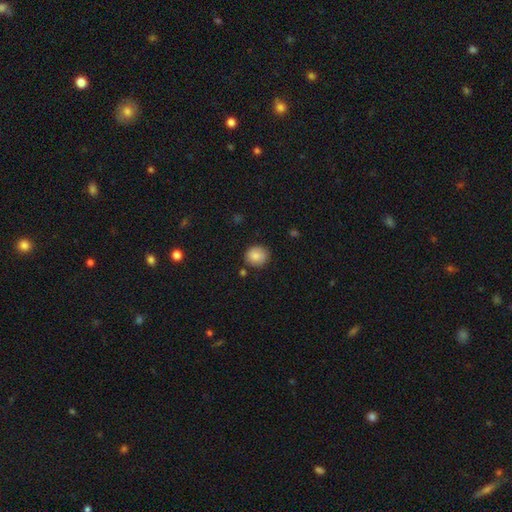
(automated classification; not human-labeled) smooth 85%, star or artifact 9%, featured or disk 7%. Down the decision tree: how rounded — round (84%); merging — none (82%).